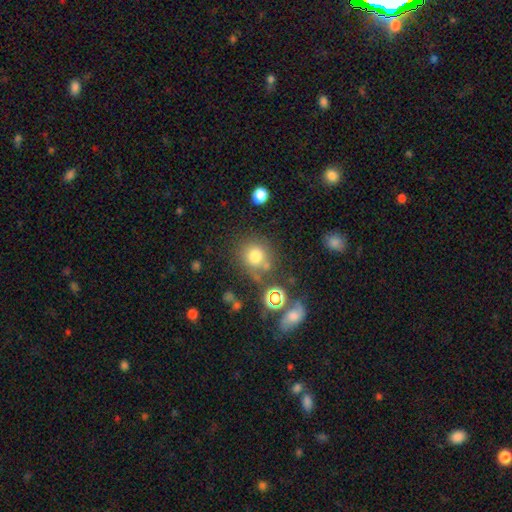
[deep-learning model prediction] Morphology: type=smooth (75%); roundness=round (85%); merging=none (65%).